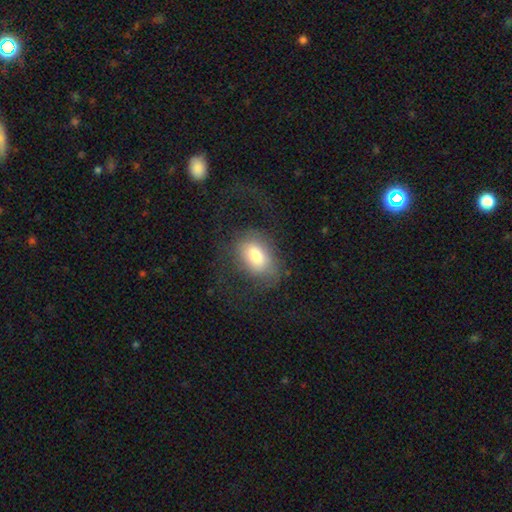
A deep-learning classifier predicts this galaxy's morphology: smooth_or_featured: smooth (p=0.68) [alt: featured or disk p=0.24]
how_rounded: in between (p=0.87) [alt: round p=0.11]
merging: none (p=0.50) [alt: major disturbance p=0.30]